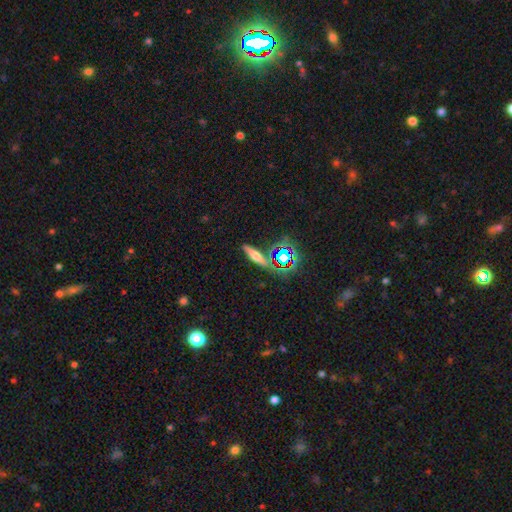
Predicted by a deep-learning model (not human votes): Smooth or featured? Predicted: smooth (p=0.45). Merging? Predicted: none (p=0.77).